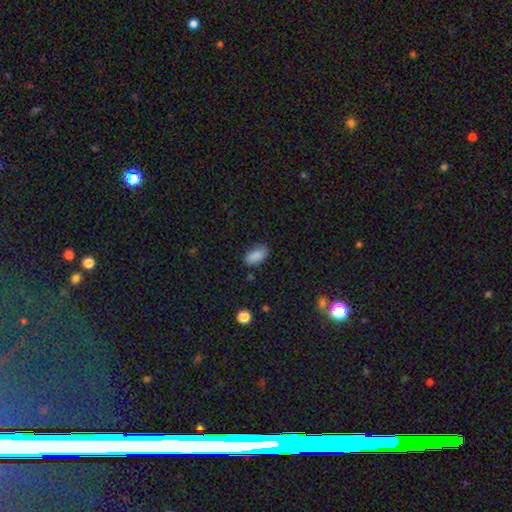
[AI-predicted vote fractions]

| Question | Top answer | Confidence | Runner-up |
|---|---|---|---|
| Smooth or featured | smooth | 87% | star or artifact (8%) |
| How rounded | in between | 92% | round (4%) |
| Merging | none | 75% | minor disturbance (19%) |